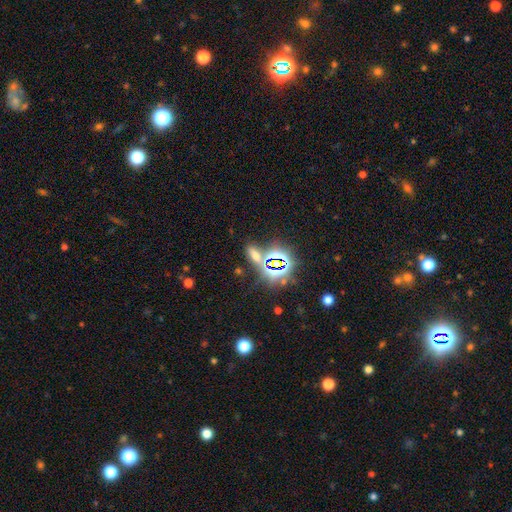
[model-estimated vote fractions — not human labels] Smooth or featured? Predicted: star or artifact (p=0.51).